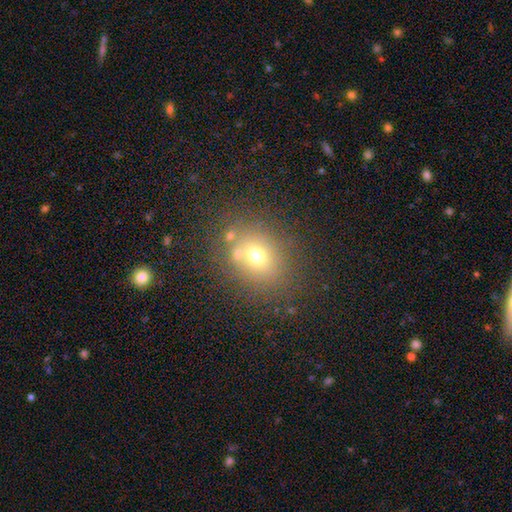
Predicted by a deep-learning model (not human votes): This is likely a smooth galaxy (67%). How rounded: possibly round (53%). Merging: likely none (68%).